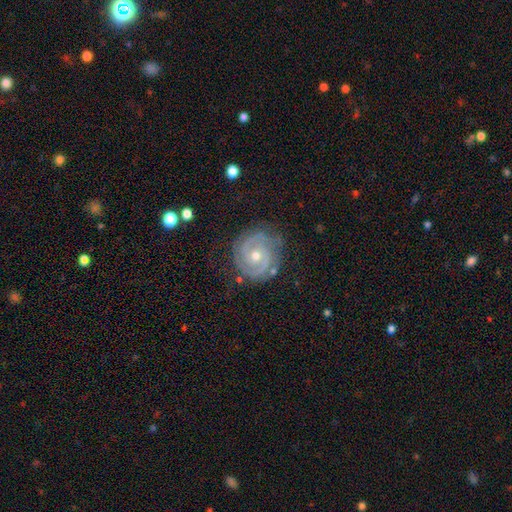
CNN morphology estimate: Q: Smooth or featured?
A: featured or disk (90%); runner-up: star or artifact (5%)
Q: Edge-on disk?
A: no (98%); runner-up: yes (2%)
Q: Bar?
A: no (68%); runner-up: weak (25%)
Q: Spiral arms?
A: yes (98%); runner-up: no (2%)
Q: Spiral winding?
A: tight (72%); runner-up: medium (24%)
Q: Spiral arm count?
A: 2 (81%); runner-up: 3 (9%)
Q: Bulge size?
A: moderate (51%); runner-up: small (46%)
Q: Merging?
A: none (80%); runner-up: minor disturbance (15%)